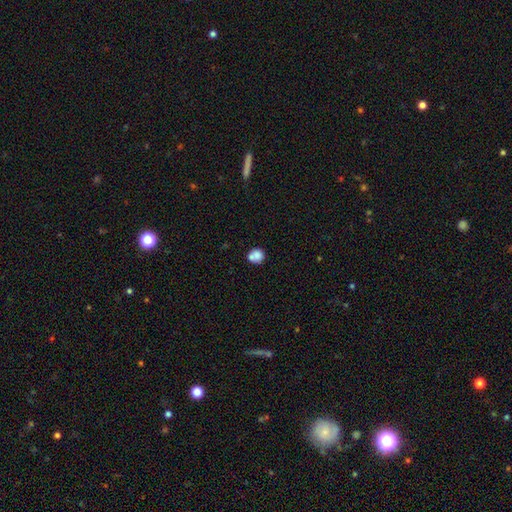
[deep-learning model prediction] Q: Smooth or featured?
A: smooth (80%); runner-up: featured or disk (10%)
Q: How rounded?
A: round (84%); runner-up: in between (15%)
Q: Merging?
A: none (52%); runner-up: merger (32%)